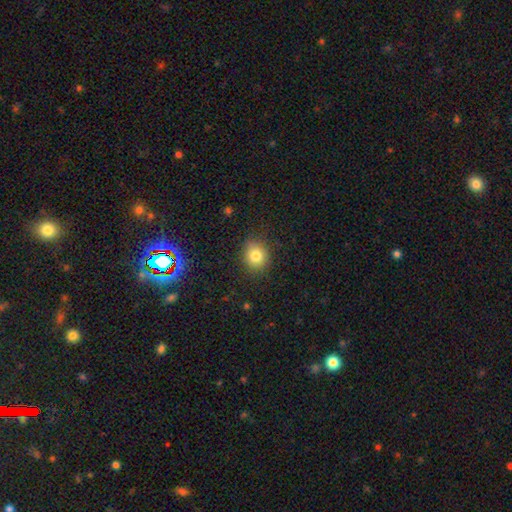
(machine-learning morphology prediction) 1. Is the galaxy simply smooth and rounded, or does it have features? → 81% smooth, 11% star or artifact, 7% featured or disk.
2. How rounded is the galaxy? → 77% round, 22% in between, 1% cigar-shaped.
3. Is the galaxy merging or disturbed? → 86% none, 10% minor disturbance, 3% major disturbance, 1% merger.